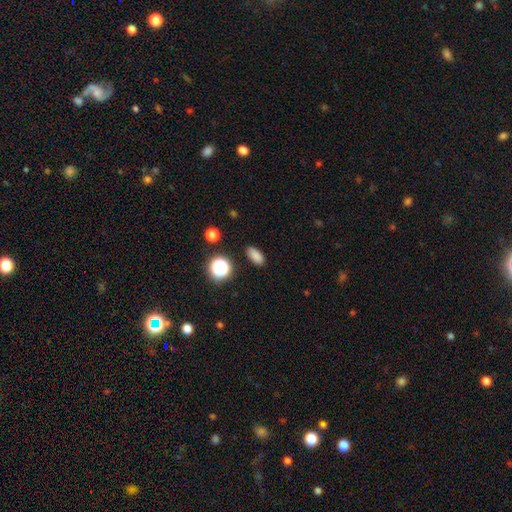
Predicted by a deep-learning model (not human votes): Overall: smooth (82%). How rounded: in between (84%). Merging: none (87%).